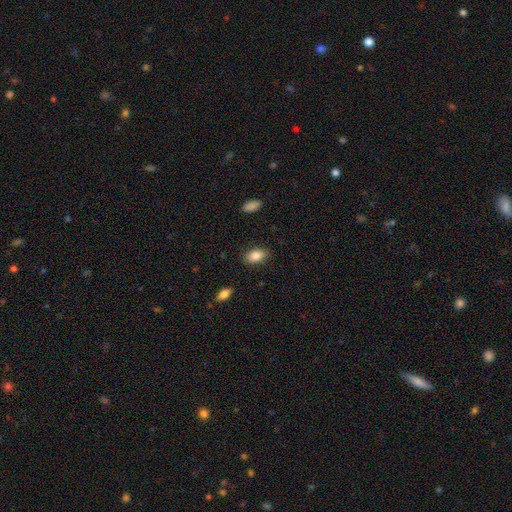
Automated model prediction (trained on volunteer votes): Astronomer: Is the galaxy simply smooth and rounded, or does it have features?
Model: smooth — 84%.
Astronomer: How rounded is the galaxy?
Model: in between — 91%.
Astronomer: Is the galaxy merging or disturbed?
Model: none — 86%.